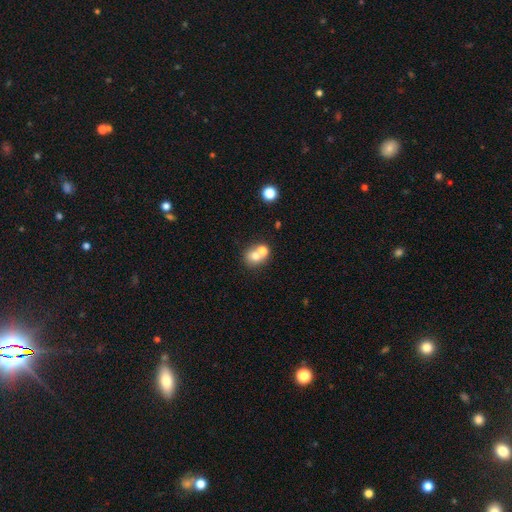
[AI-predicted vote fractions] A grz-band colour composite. It shows a smooth galaxy with no disk features (70%) that is round (74%). Merging: merger (54%).